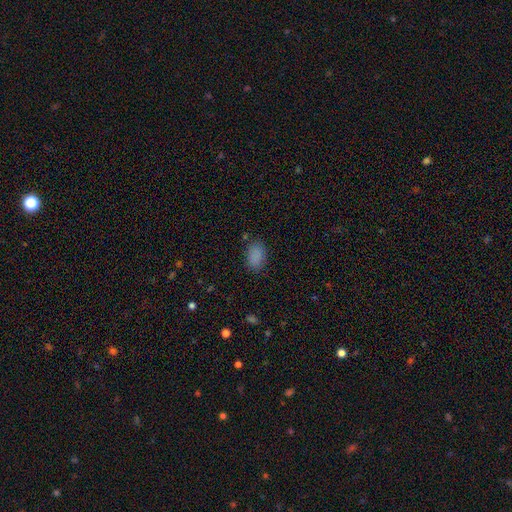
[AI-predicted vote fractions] Overall: smooth (85%). How rounded: in between (88%). Merging: none (82%).